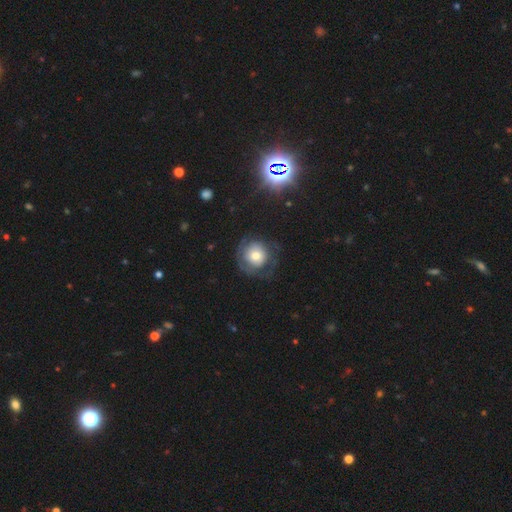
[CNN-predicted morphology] Smooth or featured?
  - smooth: 47% *
  - featured or disk: 44%
  - star or artifact: 9%
Merging?
  - none: 59% *
  - major disturbance: 20%
  - minor disturbance: 19%
  - merger: 2%